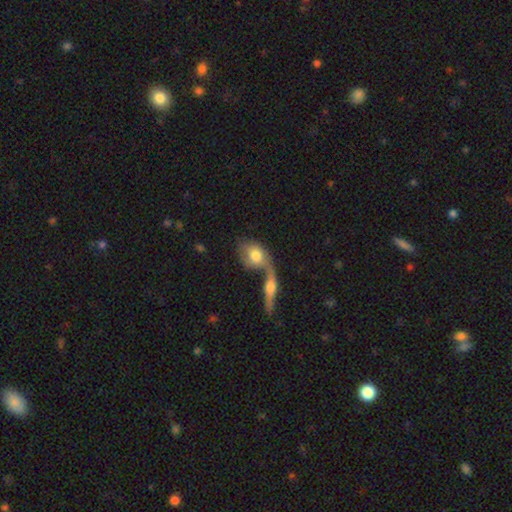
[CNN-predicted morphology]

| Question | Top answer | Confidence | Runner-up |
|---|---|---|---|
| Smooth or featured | smooth | 65% | featured or disk (28%) |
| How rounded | in between | 65% | round (30%) |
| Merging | merger | 67% | none (18%) |